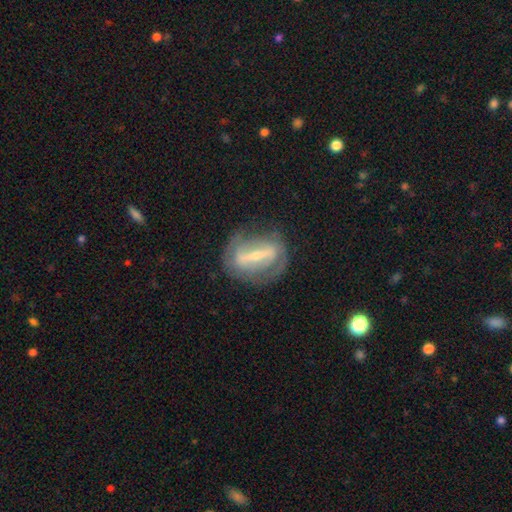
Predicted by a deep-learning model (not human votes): Q: Smooth or featured?
A: featured or disk (77%); runner-up: smooth (16%)
Q: Edge-on disk?
A: no (86%); runner-up: yes (14%)
Q: Bar?
A: strong (75%); runner-up: weak (18%)
Q: Spiral arms?
A: yes (68%); runner-up: no (32%)
Q: Bulge size?
A: small (59%); runner-up: moderate (30%)
Q: Merging?
A: none (71%); runner-up: minor disturbance (17%)